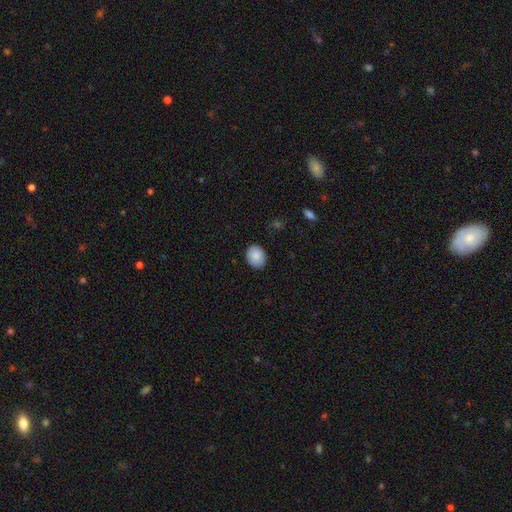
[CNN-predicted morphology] Q: Smooth or featured?
A: smooth (88%); runner-up: star or artifact (7%)
Q: How rounded?
A: in between (55%); runner-up: round (44%)
Q: Merging?
A: none (87%); runner-up: minor disturbance (10%)